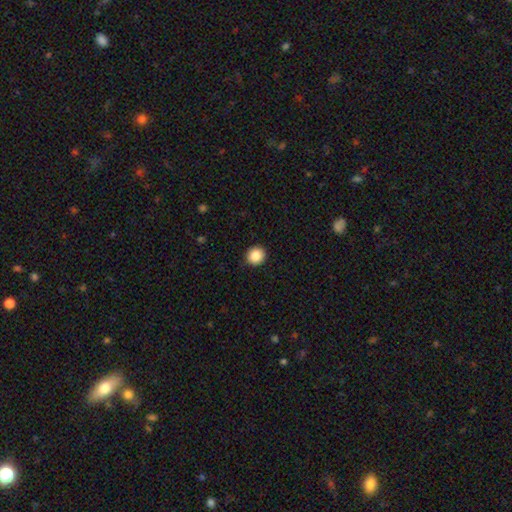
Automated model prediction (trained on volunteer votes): smooth_or_featured: smooth (p=0.87) [alt: star or artifact p=0.09]
how_rounded: round (p=0.90) [alt: in between p=0.09]
merging: none (p=0.92) [alt: minor disturbance p=0.05]